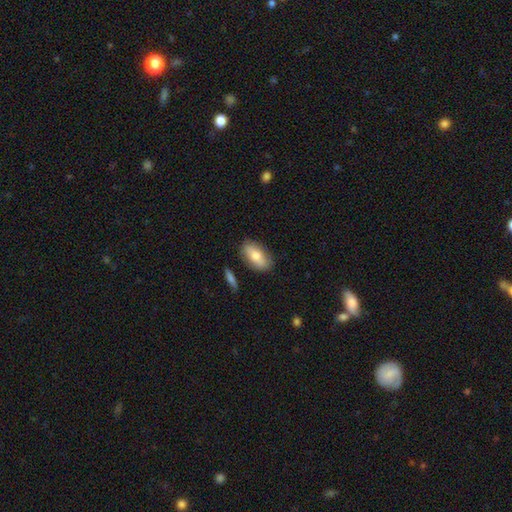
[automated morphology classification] This appears to be a smooth galaxy with no disk features (72%) that is in between round and cigar-shaped (88%). Merging: none (82%).